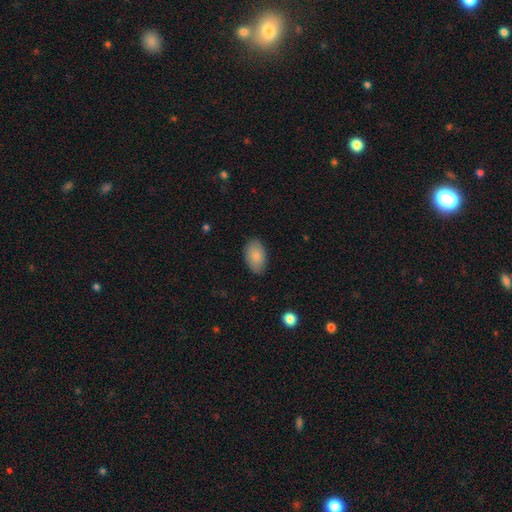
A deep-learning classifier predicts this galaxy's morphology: This appears to be a smooth galaxy with no disk features (84%) that is in between round and cigar-shaped (93%). Merging: none (85%).